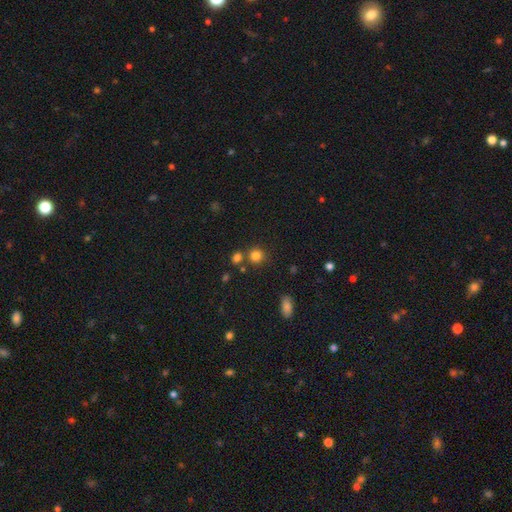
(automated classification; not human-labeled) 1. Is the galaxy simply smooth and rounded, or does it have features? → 81% smooth, 14% star or artifact, 6% featured or disk.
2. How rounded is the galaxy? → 87% round, 11% in between, 1% cigar-shaped.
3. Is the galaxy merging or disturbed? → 73% none, 15% merger, 8% minor disturbance, 3% major disturbance.